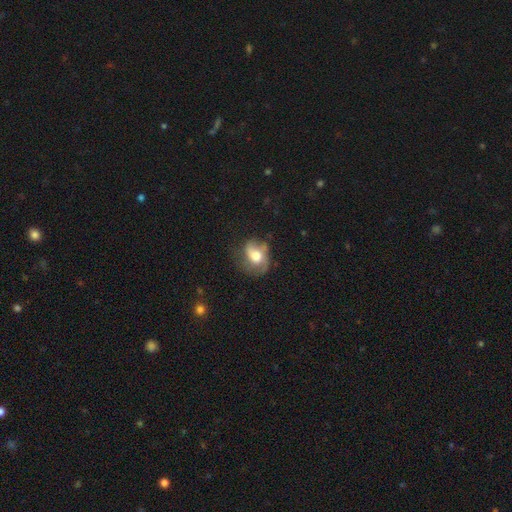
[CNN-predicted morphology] A featured or disk galaxy (46%). Merging: none (43%).